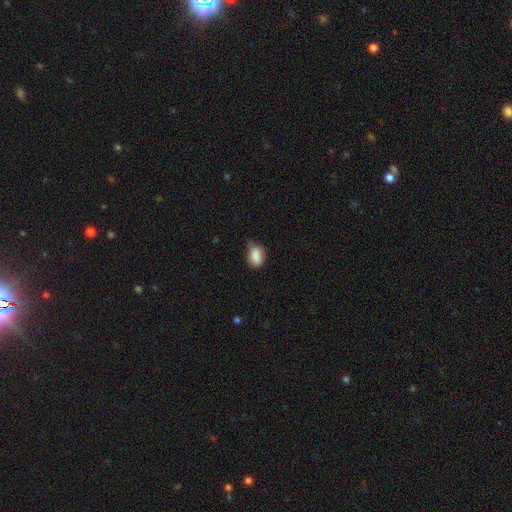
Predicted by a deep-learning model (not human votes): Smooth or featured: smooth — 86% (star or artifact — 8%)
How rounded: in between — 74% (round — 25%)
Merging: none — 56% (minor disturbance — 35%)